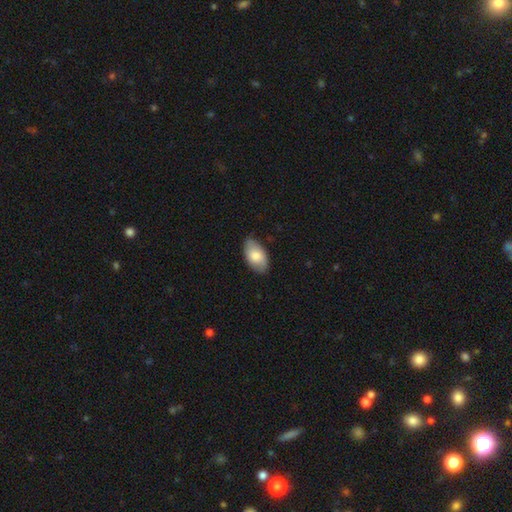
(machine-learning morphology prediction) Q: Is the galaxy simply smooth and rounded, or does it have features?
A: smooth — 78%.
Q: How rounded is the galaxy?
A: in between — 94%.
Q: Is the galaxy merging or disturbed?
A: none — 81%.